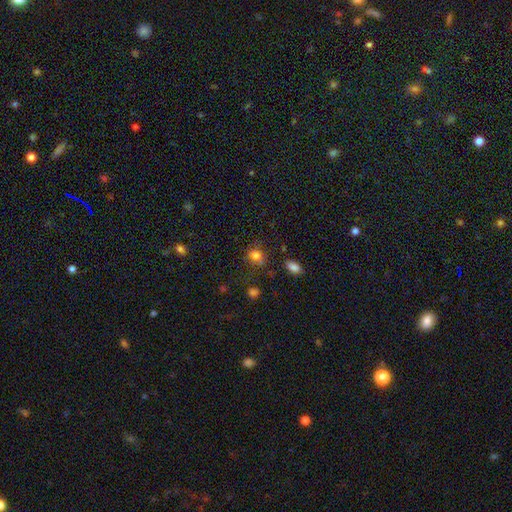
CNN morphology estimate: Q: Smooth or featured?
A: smooth (79%); runner-up: star or artifact (14%)
Q: How rounded?
A: round (67%); runner-up: in between (32%)
Q: Merging?
A: none (68%); runner-up: minor disturbance (19%)